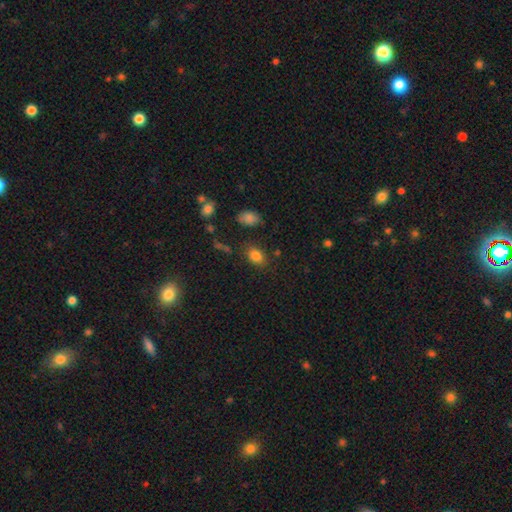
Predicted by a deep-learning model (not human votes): smooth-or-featured: smooth: 83% | star or artifact: 11% | featured or disk: 6%
  how-rounded: in between: 76% | round: 22% | cigar-shaped: 1%
  merging: none: 79% | minor disturbance: 13% | major disturbance: 4% | merger: 4%